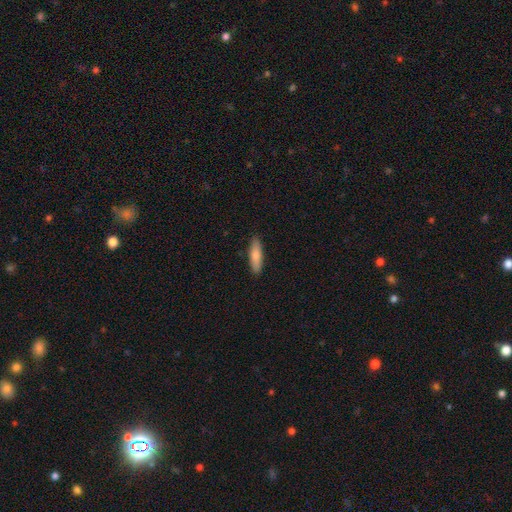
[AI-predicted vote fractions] The model was most divided on "how rounded": cigar-shaped: 65%, in between: 33%, round: 2%. More confident: merging — none (89%); smooth or featured — smooth (79%).